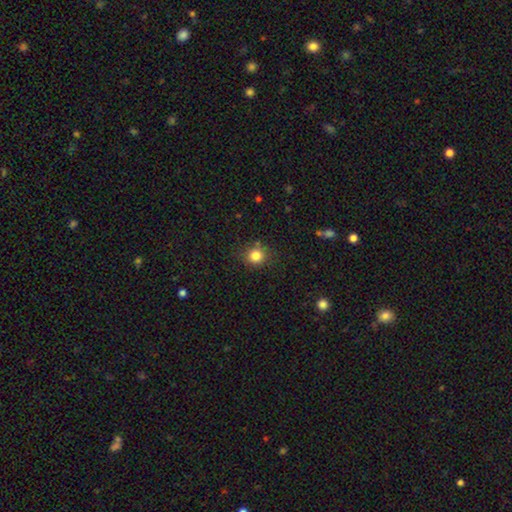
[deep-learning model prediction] smooth-or-featured: smooth: 83% | star or artifact: 12% | featured or disk: 5%
  how-rounded: round: 87% | in between: 12% | cigar-shaped: 1%
  merging: none: 83% | minor disturbance: 11% | major disturbance: 3% | merger: 3%